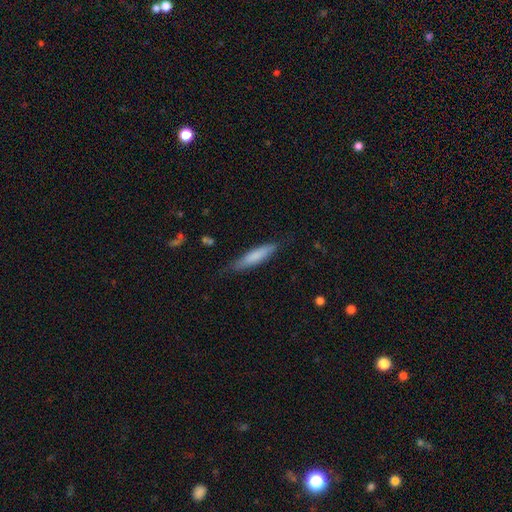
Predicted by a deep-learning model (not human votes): Overall: smooth (77%). How rounded: cigar-shaped (84%). Merging: none (78%).